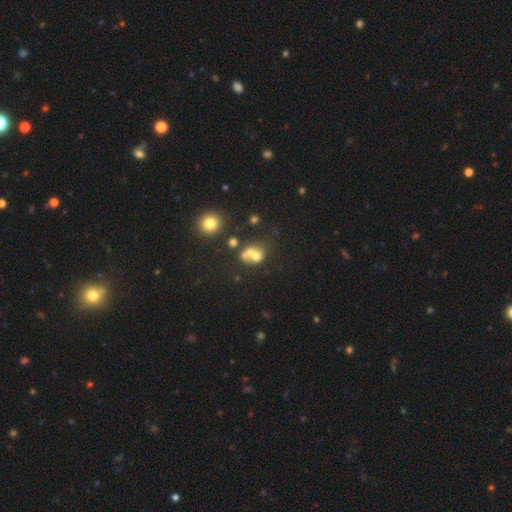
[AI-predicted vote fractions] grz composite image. It shows a smooth galaxy with no disk features (60%) that is round (70%). Merging: merger (53%).